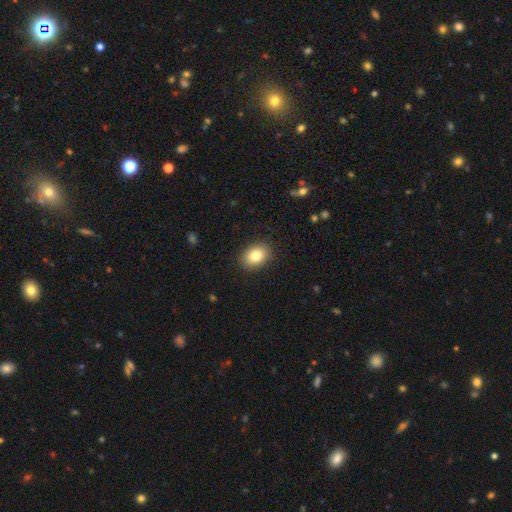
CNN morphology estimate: smooth_or_featured: smooth (p=0.83) [alt: featured or disk p=0.08]
how_rounded: in between (p=0.73) [alt: round p=0.26]
merging: none (p=0.89) [alt: minor disturbance p=0.08]